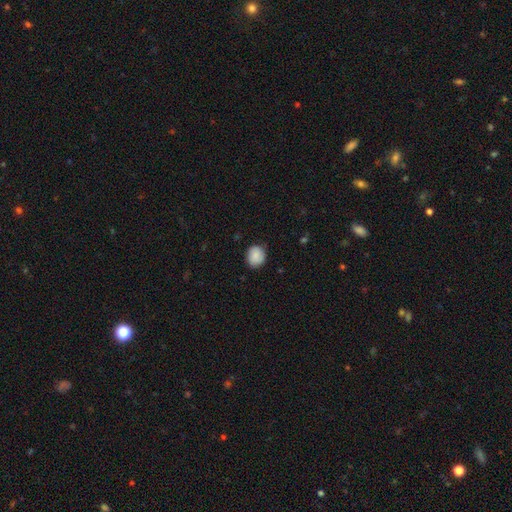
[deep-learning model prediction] This is clearly a smooth galaxy (86%). How rounded: likely round (70%). Merging: clearly none (81%).